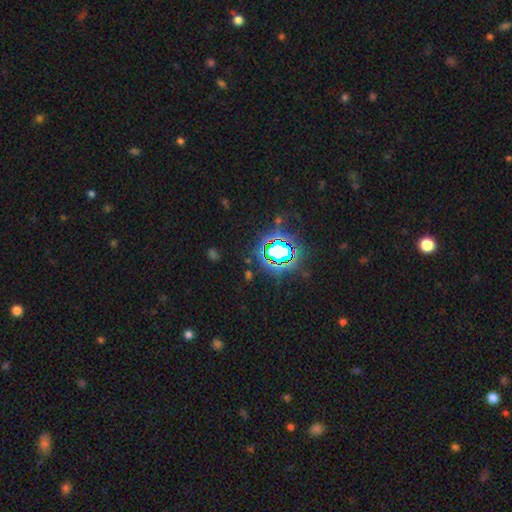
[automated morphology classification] Smooth or featured? Predicted: star or artifact (p=0.82).